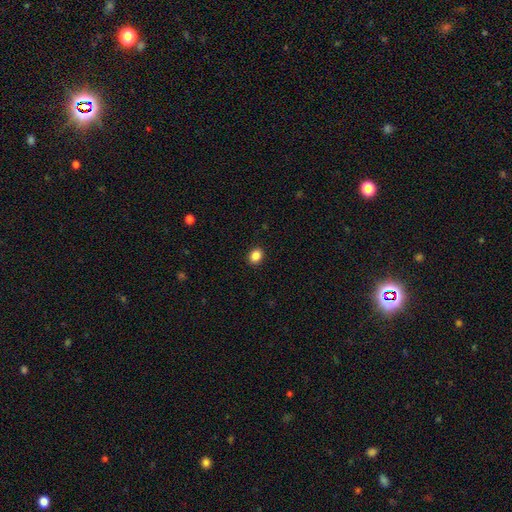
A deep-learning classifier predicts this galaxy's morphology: Smooth or featured? Predicted: smooth (p=0.86). How rounded? Predicted: round (p=0.54). Merging? Predicted: none (p=0.91).